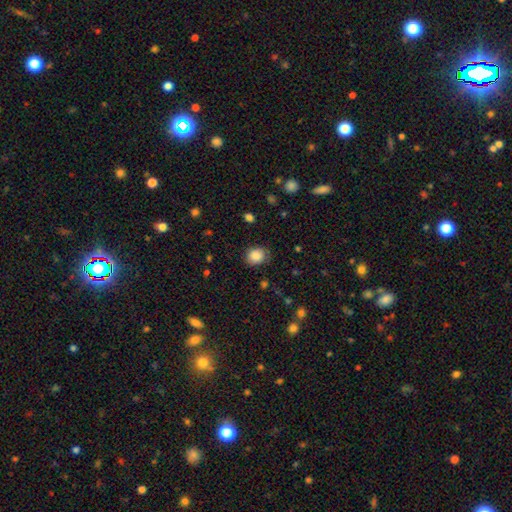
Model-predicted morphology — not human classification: This is clearly a smooth galaxy (85%). How rounded: possibly round (60%). Merging: likely none (79%).